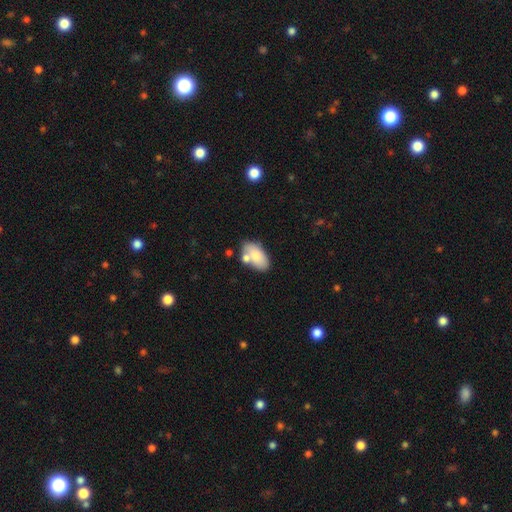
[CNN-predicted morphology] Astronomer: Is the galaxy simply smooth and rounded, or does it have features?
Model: smooth — 74%.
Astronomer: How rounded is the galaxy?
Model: in between — 94%.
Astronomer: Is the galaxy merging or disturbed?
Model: none — 57%.